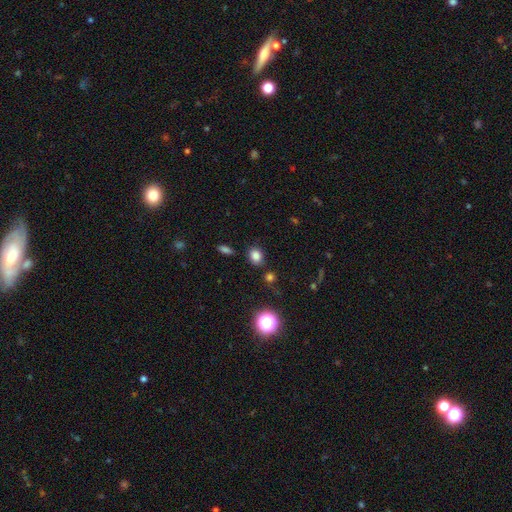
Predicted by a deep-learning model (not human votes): A smooth galaxy with no disk features (81%) that is round (50%).

Vote fractions:
- Smooth or featured? smooth: 81% / star or artifact: 14% / featured or disk: 5%
- How rounded? round: 50% / in between: 48% / cigar-shaped: 1%
- Merging? none: 82% / minor disturbance: 11% / merger: 4% / major disturbance: 3%